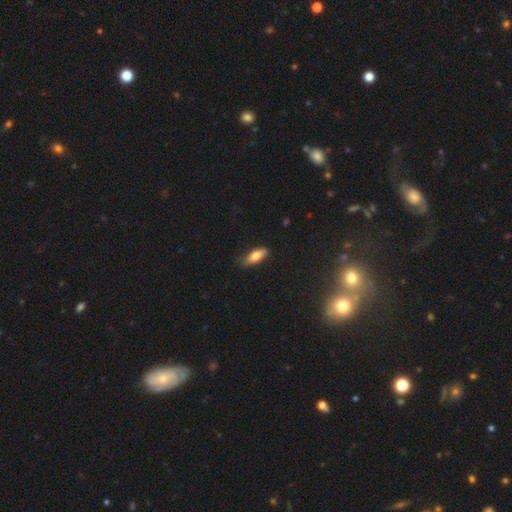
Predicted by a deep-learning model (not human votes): smooth-or-featured: smooth: 73% | featured or disk: 20% | star or artifact: 7%
  how-rounded: in between: 65% | cigar-shaped: 32% | round: 2%
  merging: none: 75% | minor disturbance: 20% | major disturbance: 3% | merger: 1%